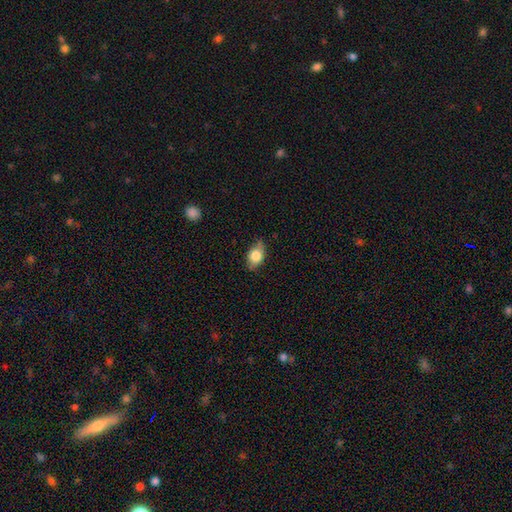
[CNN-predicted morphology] type=smooth (77%); roundness=in between (75%); merging=none (70%).